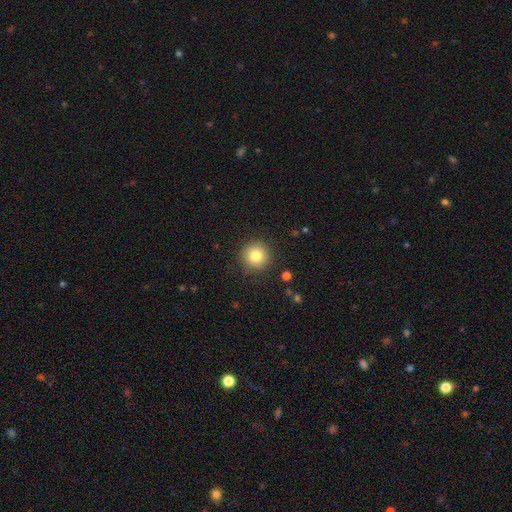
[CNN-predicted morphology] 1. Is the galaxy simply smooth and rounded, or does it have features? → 82% smooth, 10% star or artifact, 8% featured or disk.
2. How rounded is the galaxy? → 95% round, 4% in between, 1% cigar-shaped.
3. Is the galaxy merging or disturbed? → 89% none, 7% minor disturbance, 2% major disturbance, 1% merger.